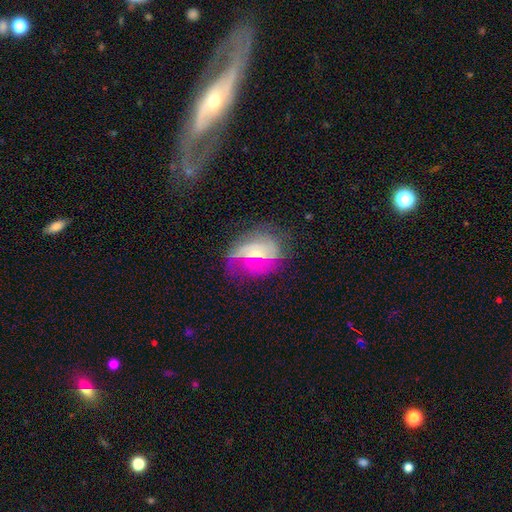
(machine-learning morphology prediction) smooth-or-featured: featured or disk: 67% | smooth: 21% | star or artifact: 12%
  disk-edge-on: no: 93% | yes: 7%
    bar: weak: 43% | no: 33% | strong: 24%
    has-spiral-arms: yes: 77% | no: 23%
    bulge-size: small: 53% | moderate: 41% | large: 2% | none: 2% | dominant: 1%
  merging: none: 57% | minor disturbance: 24% | major disturbance: 16% | merger: 3%